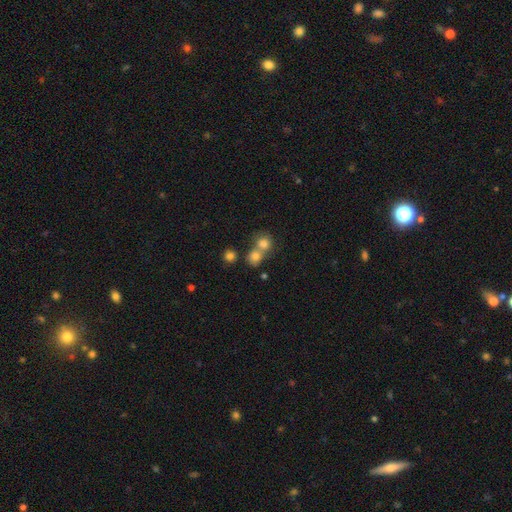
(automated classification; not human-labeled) Overall: smooth (75%). How rounded: round (83%). Merging: merger (48%; none 43%).